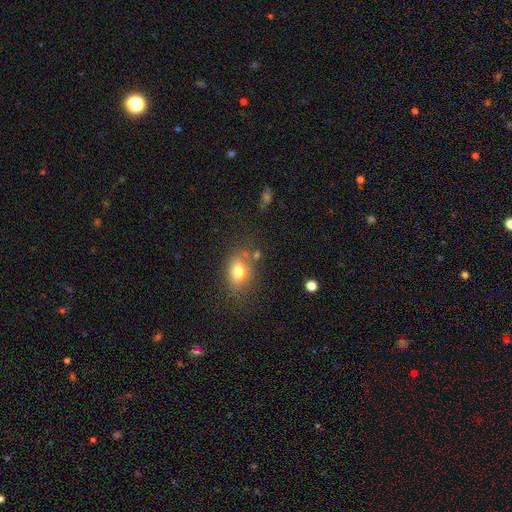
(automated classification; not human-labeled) Smooth or featured?
  - smooth: 72% *
  - featured or disk: 14%
  - star or artifact: 14%
How rounded?
  - in between: 69% *
  - round: 29%
  - cigar-shaped: 2%
Merging?
  - none: 70% *
  - minor disturbance: 18%
  - merger: 7%
  - major disturbance: 6%